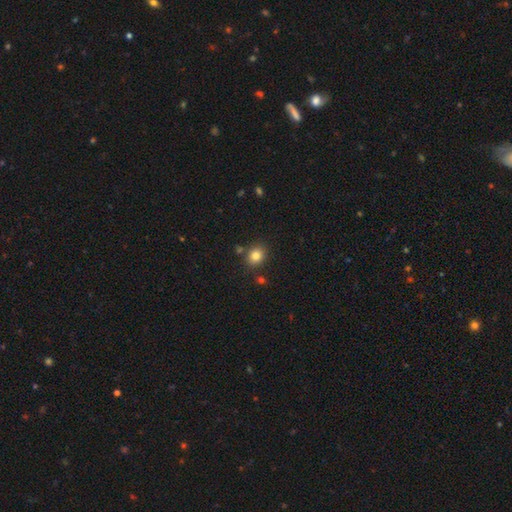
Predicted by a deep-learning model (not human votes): Morphology: type=smooth (83%); roundness=round (59%); merging=none (80%).